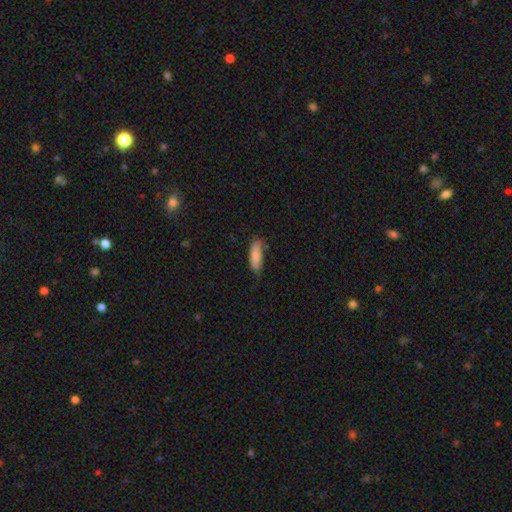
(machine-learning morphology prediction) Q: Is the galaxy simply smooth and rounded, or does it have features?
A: smooth — 85%.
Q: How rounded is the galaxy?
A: in between — 55%.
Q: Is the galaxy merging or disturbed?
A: none — 67%.